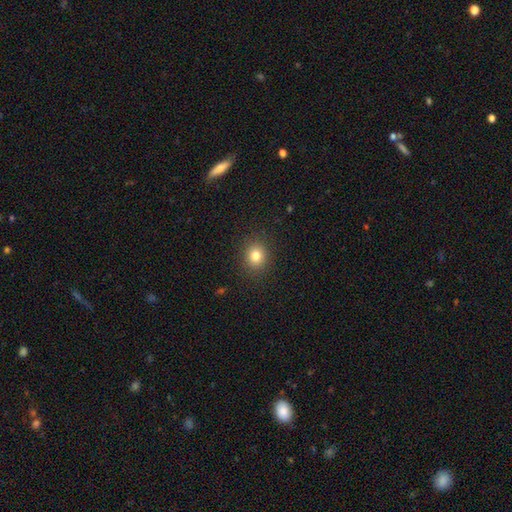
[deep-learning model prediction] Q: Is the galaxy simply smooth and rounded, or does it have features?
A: smooth — 81%.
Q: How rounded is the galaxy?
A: round — 73%.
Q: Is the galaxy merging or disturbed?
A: none — 89%.